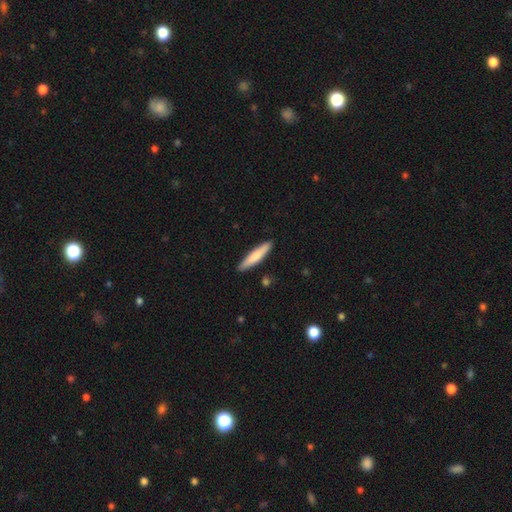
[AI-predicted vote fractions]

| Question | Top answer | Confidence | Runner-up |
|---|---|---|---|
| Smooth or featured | smooth | 74% | featured or disk (21%) |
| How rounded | cigar-shaped | 88% | in between (11%) |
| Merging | none | 90% | minor disturbance (7%) |